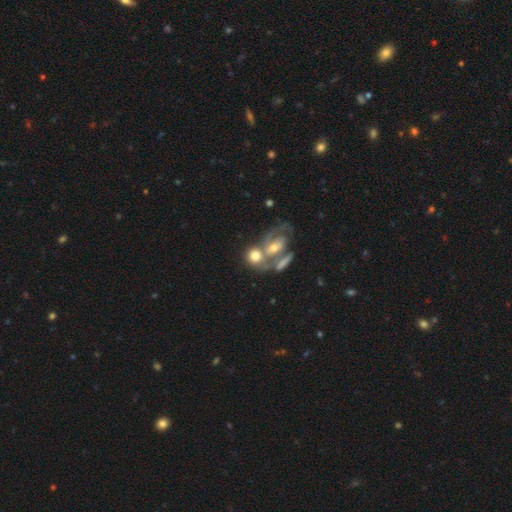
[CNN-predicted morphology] A smooth galaxy with no disk features (52%) that is round (60%). Merging: merger (55%).